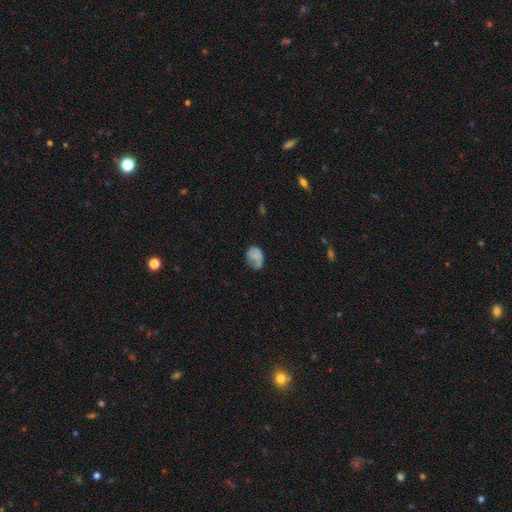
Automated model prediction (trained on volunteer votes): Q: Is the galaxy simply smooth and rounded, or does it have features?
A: smooth — 61%.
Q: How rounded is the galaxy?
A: in between — 66%.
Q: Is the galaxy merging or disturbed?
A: none — 37%.